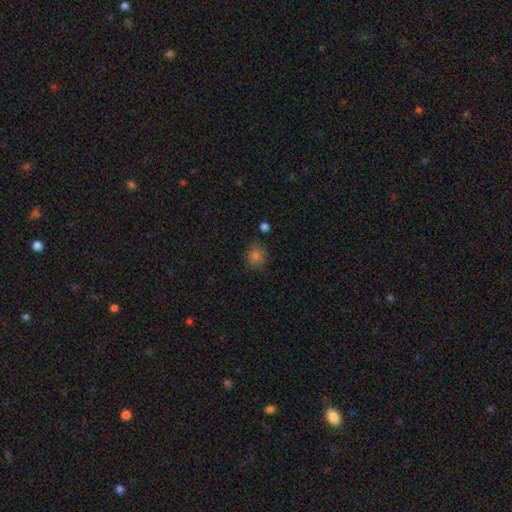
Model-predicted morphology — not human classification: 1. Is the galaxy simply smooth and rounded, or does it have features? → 77% smooth, 15% star or artifact, 7% featured or disk.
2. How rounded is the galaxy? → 80% round, 19% in between, 1% cigar-shaped.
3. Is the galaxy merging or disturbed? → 80% none, 14% minor disturbance, 3% major disturbance, 3% merger.